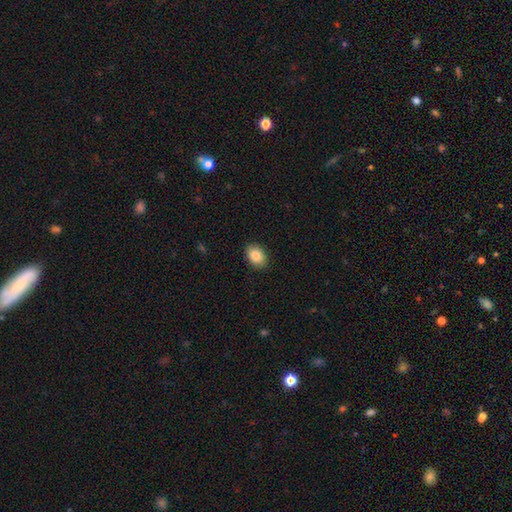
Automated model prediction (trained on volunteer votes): A smooth galaxy with no disk features (86%) that is in between round and cigar-shaped (79%). Merging: none (89%).